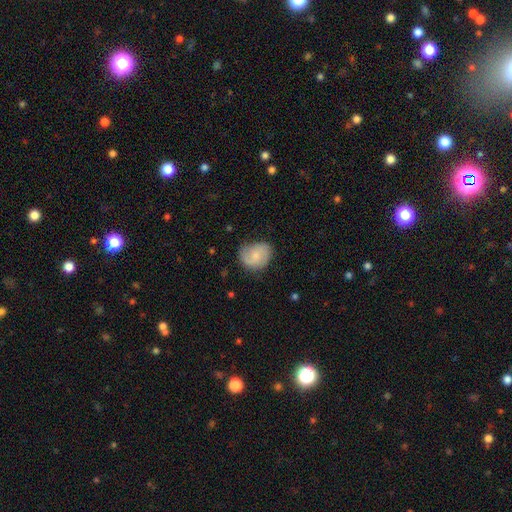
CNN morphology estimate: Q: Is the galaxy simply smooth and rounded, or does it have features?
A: smooth — 57%.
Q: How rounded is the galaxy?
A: round — 56%.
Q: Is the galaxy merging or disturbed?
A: none — 64%.